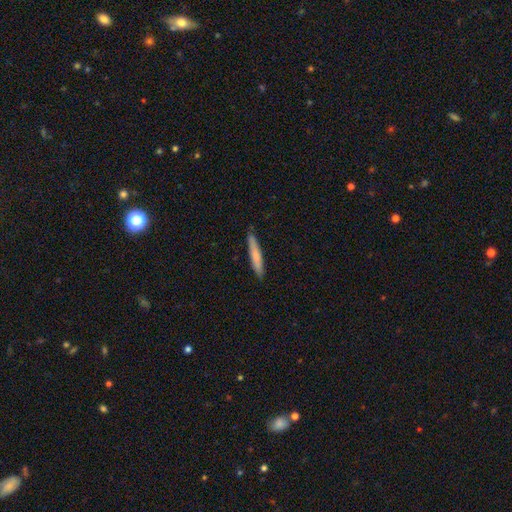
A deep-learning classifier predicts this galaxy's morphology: Q: Smooth or featured?
A: smooth (70%); runner-up: featured or disk (25%)
Q: How rounded?
A: cigar-shaped (94%); runner-up: in between (5%)
Q: Merging?
A: none (89%); runner-up: minor disturbance (9%)